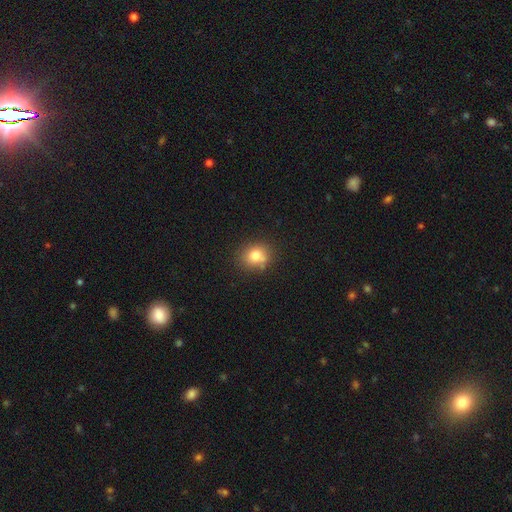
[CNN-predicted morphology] A smooth galaxy with no disk features (78%) that is round (67%). Merging: none (68%).